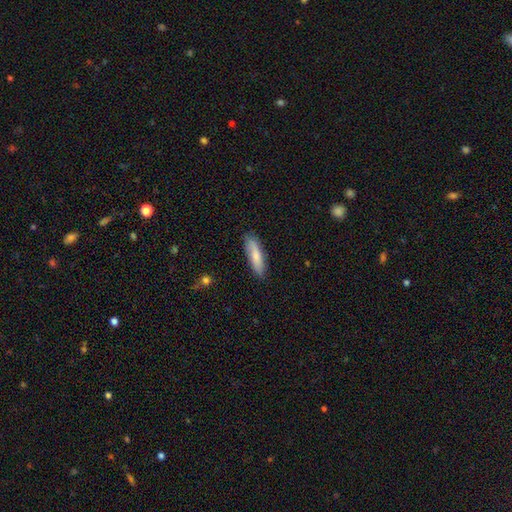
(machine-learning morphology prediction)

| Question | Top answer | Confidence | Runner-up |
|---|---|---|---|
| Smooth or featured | smooth | 77% | featured or disk (17%) |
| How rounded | cigar-shaped | 69% | in between (29%) |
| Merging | none | 85% | minor disturbance (12%) |